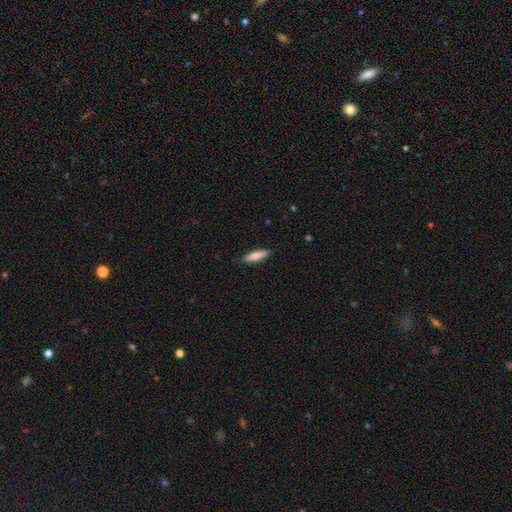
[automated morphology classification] The model was most divided on "how rounded": cigar-shaped: 67%, in between: 31%, round: 2%. More confident: merging — none (86%); smooth or featured — smooth (80%).